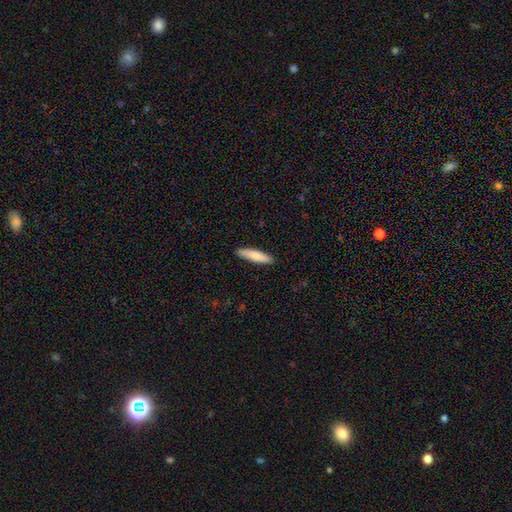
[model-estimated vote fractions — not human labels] The model was most divided on "how rounded": cigar-shaped: 79%, in between: 20%, round: 1%. More confident: merging — none (89%); smooth or featured — smooth (80%).